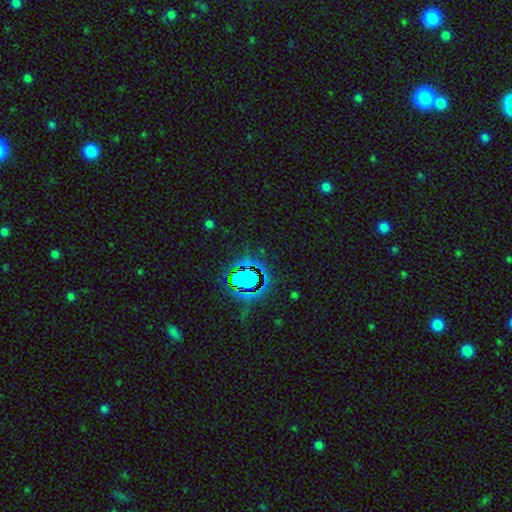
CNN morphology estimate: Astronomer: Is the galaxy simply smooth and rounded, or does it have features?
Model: star or artifact — 80%.